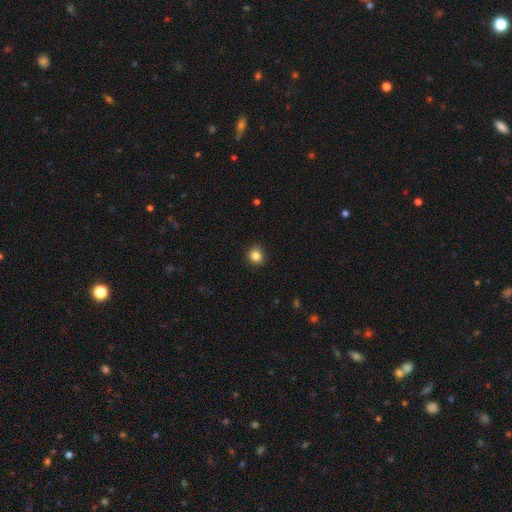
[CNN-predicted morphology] Smooth or featured? Predicted: smooth (p=0.85). How rounded? Predicted: round (p=0.75). Merging? Predicted: none (p=0.88).